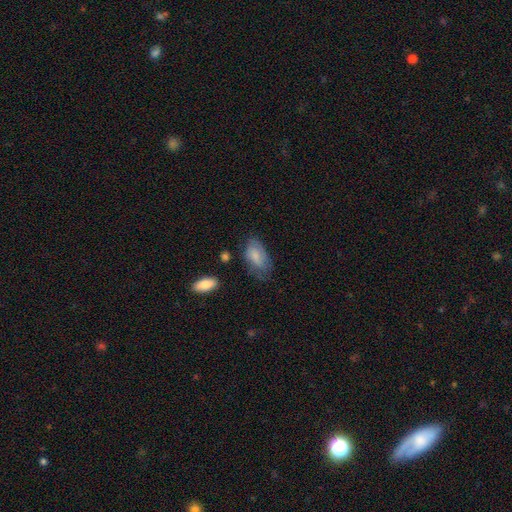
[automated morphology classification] This appears to be a smooth galaxy with no disk features (75%) that is in between round and cigar-shaped (93%). Merging: none (52%).